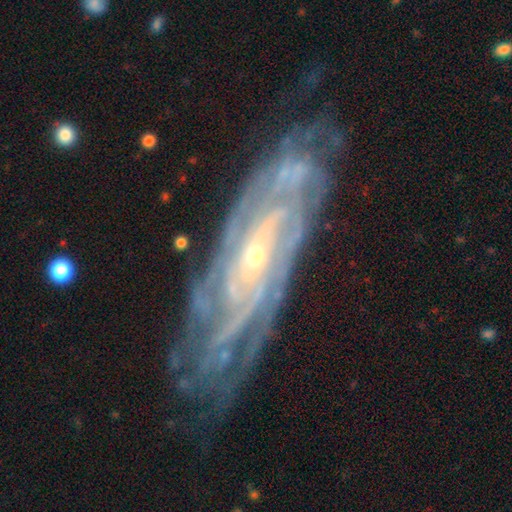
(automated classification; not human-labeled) featured or disk 91%, star or artifact 5%, smooth 4%. Down the decision tree: edge-on disk — no (90%); bar — no (55%); spiral arms — yes (98%); spiral arm count — can't tell (28%); spiral winding — tight (77%); bulge size — small (80%); merging — none (78%).